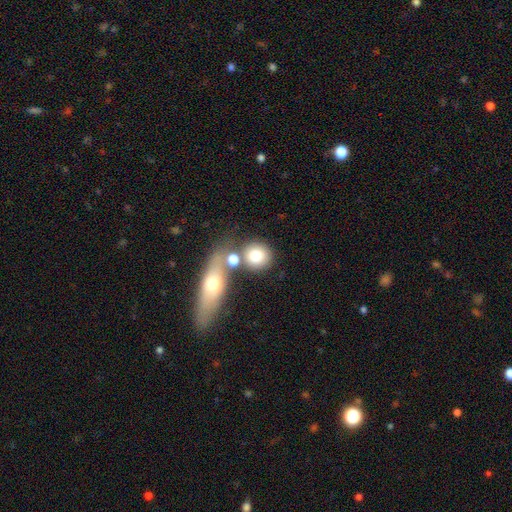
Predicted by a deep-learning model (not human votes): smooth_or_featured: smooth (p=0.76) [alt: featured or disk p=0.15]
how_rounded: round (p=0.80) [alt: in between p=0.18]
merging: none (p=0.58) [alt: merger p=0.27]